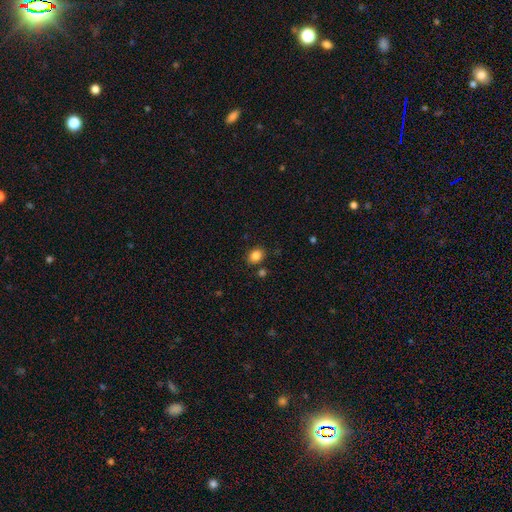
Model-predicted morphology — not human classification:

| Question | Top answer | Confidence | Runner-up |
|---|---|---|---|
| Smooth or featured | smooth | 85% | star or artifact (10%) |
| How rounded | in between | 58% | round (41%) |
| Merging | none | 83% | minor disturbance (10%) |